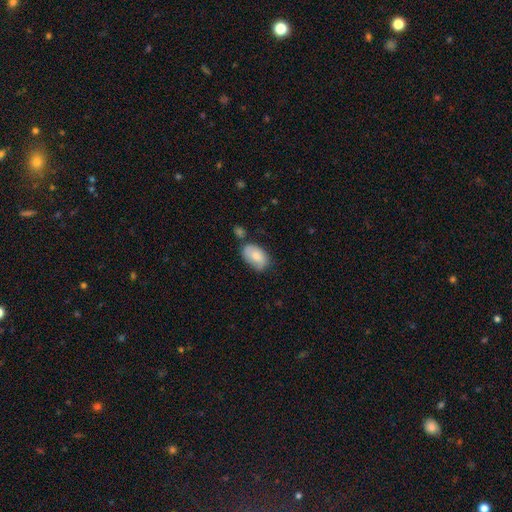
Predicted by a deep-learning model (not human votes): A smooth galaxy with no disk features (75%) that is in between round and cigar-shaped (92%). Merging: none (57%).